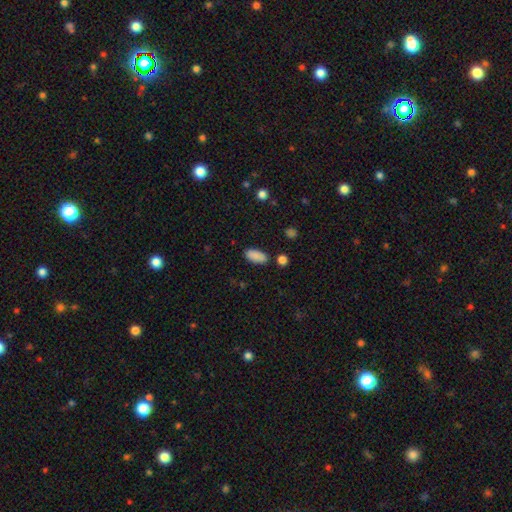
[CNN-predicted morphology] smooth-or-featured: smooth: 89% | star or artifact: 8% | featured or disk: 4%
  how-rounded: in between: 86% | cigar-shaped: 11% | round: 3%
  merging: none: 83% | minor disturbance: 10% | merger: 4% | major disturbance: 3%